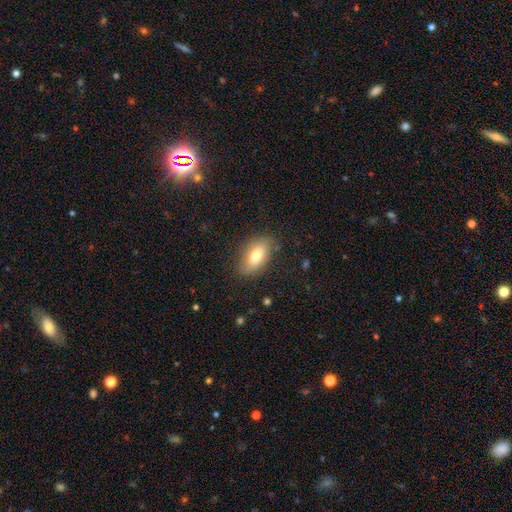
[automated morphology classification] smooth-or-featured: smooth: 73% | featured or disk: 19% | star or artifact: 8%
  how-rounded: in between: 90% | round: 6% | cigar-shaped: 5%
  merging: none: 81% | minor disturbance: 14% | major disturbance: 4% | merger: 1%